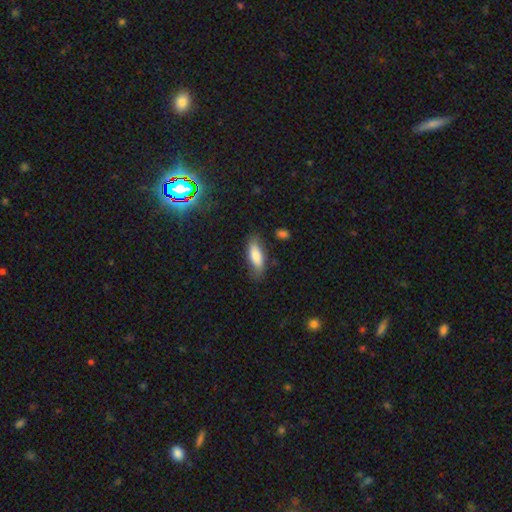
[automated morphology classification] This is likely a smooth galaxy (80%). How rounded: likely in between (66%). Merging: likely none (74%).